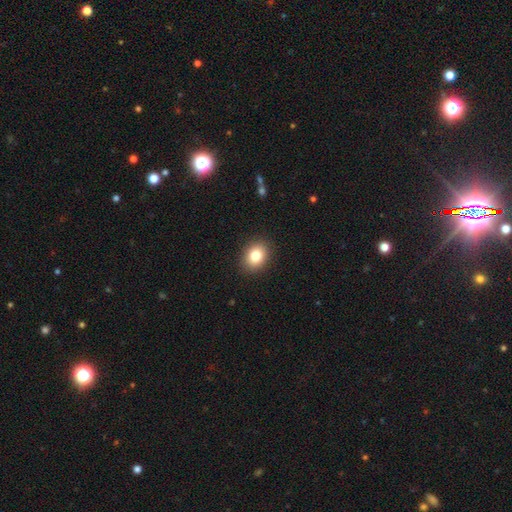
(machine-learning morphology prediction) Smooth or featured? smooth (82%)
How rounded? in between (57%)
Merging? none (89%)